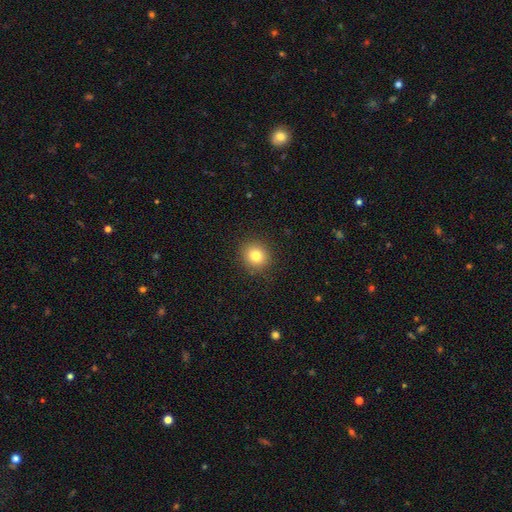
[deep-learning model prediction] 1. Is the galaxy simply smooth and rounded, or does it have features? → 80% smooth, 12% star or artifact, 8% featured or disk.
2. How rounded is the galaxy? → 88% round, 11% in between, 1% cigar-shaped.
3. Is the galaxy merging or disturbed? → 91% none, 6% minor disturbance, 2% major disturbance, 1% merger.